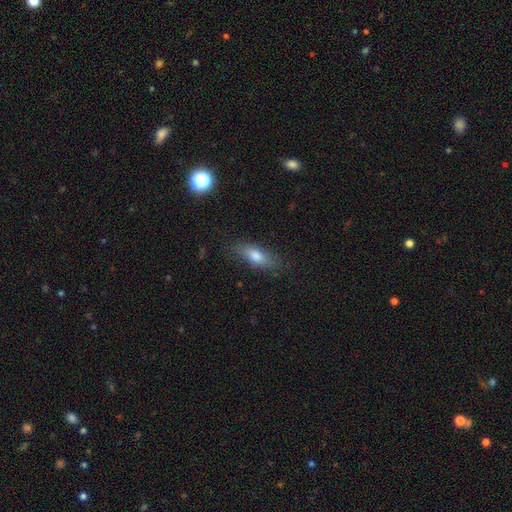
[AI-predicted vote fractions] Morphology: type=smooth (75%); roundness=in between (65%); merging=none (77%).